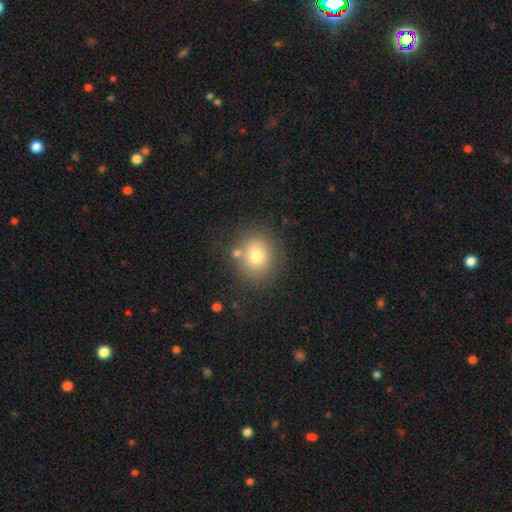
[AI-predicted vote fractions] Smooth or featured? smooth (75%)
How rounded? round (77%)
Merging? none (73%)